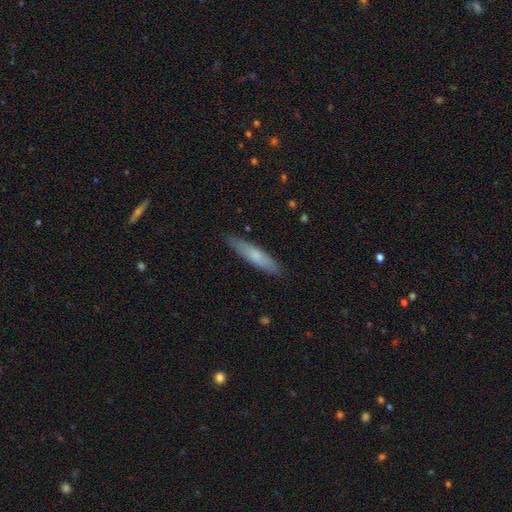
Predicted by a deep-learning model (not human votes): This appears to be a smooth galaxy with no disk features (69%) that is cigar-shaped (85%). Merging: none (87%).